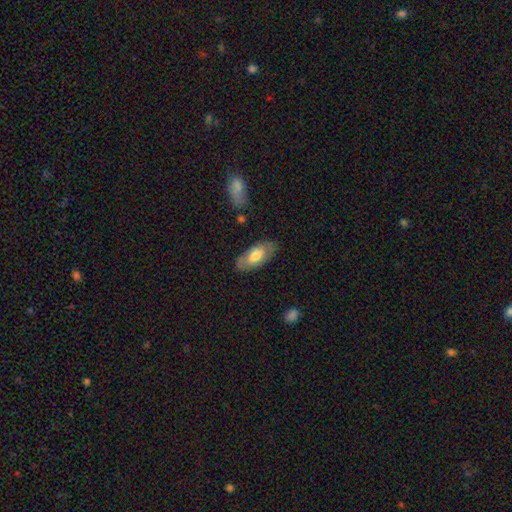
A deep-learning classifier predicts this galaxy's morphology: A smooth galaxy with no disk features (63%) that is in between round and cigar-shaped (89%). Merging: none (79%).